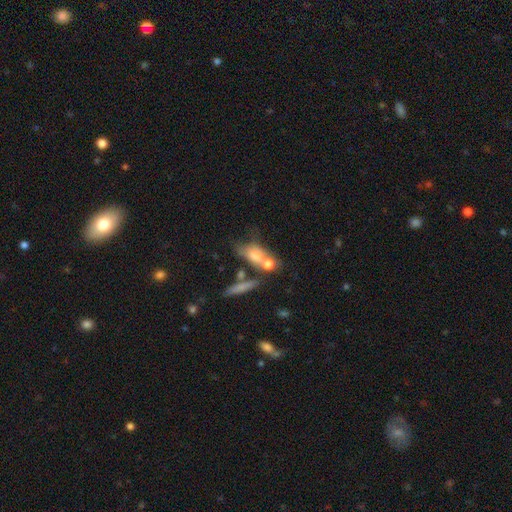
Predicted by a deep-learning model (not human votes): Smooth or featured?
  - smooth: 64% *
  - featured or disk: 26%
  - star or artifact: 10%
How rounded?
  - in between: 65% *
  - round: 17%
  - cigar-shaped: 17%
Merging?
  - merger: 43% *
  - none: 31%
  - minor disturbance: 15%
  - major disturbance: 11%